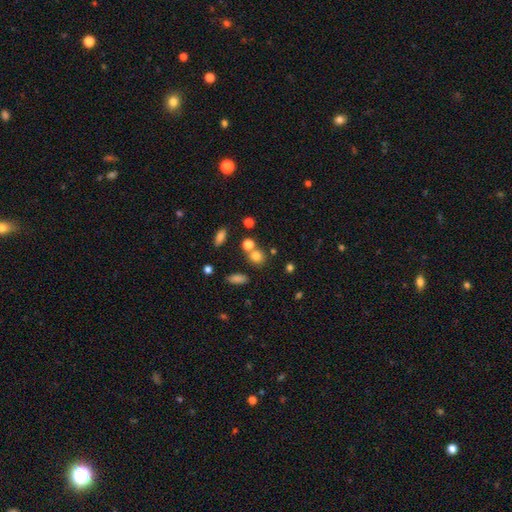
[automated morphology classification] Q: Smooth or featured?
A: smooth (75%); runner-up: star or artifact (15%)
Q: How rounded?
A: round (77%); runner-up: in between (22%)
Q: Merging?
A: none (61%); runner-up: merger (25%)